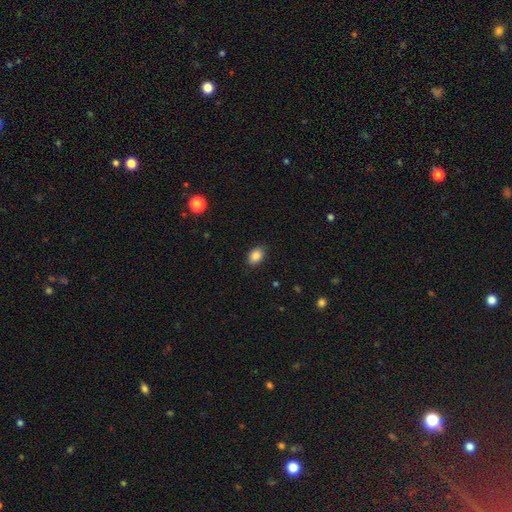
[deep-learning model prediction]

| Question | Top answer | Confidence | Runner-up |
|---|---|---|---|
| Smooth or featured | smooth | 87% | star or artifact (9%) |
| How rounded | in between | 81% | round (18%) |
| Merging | none | 88% | minor disturbance (9%) |